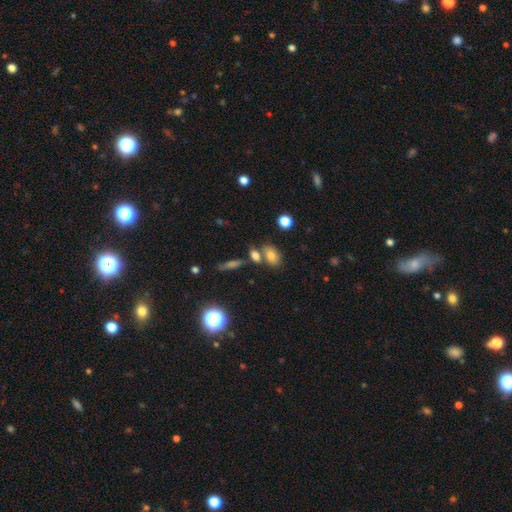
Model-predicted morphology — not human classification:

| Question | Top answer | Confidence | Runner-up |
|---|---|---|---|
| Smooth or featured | smooth | 70% | star or artifact (15%) |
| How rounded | in between | 71% | round (18%) |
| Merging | none | 57% | merger (27%) |